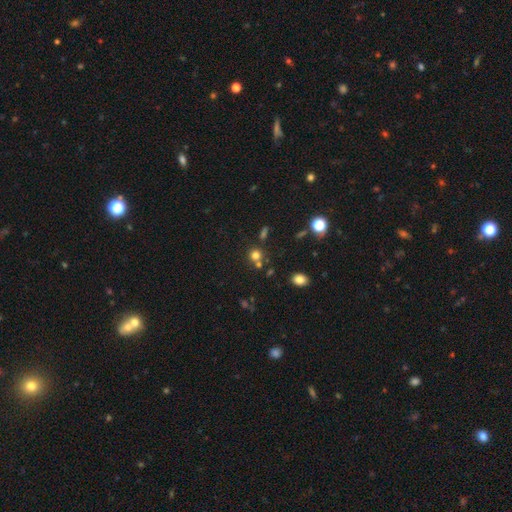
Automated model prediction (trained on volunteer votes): Smooth or featured? smooth (72%)
How rounded? round (88%)
Merging? none (68%)